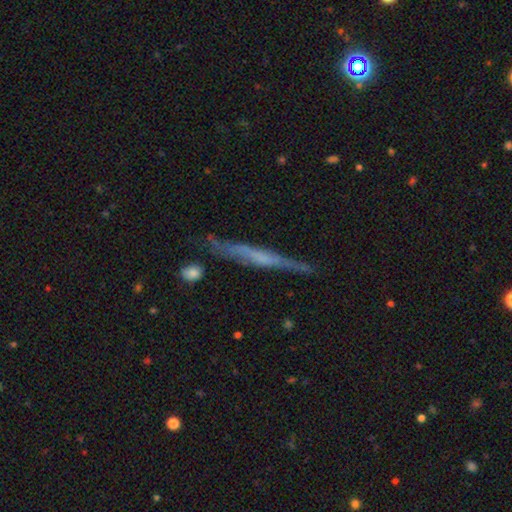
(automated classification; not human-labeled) Q: Smooth or featured?
A: featured or disk (63%); runner-up: smooth (30%)
Q: Edge-on disk?
A: yes (92%); runner-up: no (8%)
Q: Edge-on bulge?
A: none (55%); runner-up: boxy (23%)
Q: Merging?
A: none (75%); runner-up: minor disturbance (17%)